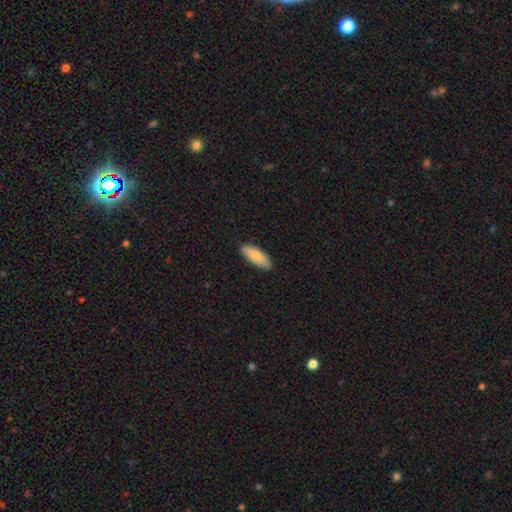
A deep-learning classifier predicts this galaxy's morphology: A smooth galaxy with no disk features (83%) that is in between round and cigar-shaped (70%).

Vote fractions:
- Smooth or featured? smooth: 83% / featured or disk: 11% / star or artifact: 6%
- How rounded? in between: 70% / cigar-shaped: 28% / round: 2%
- Merging? none: 89% / minor disturbance: 8% / major disturbance: 2% / merger: 1%